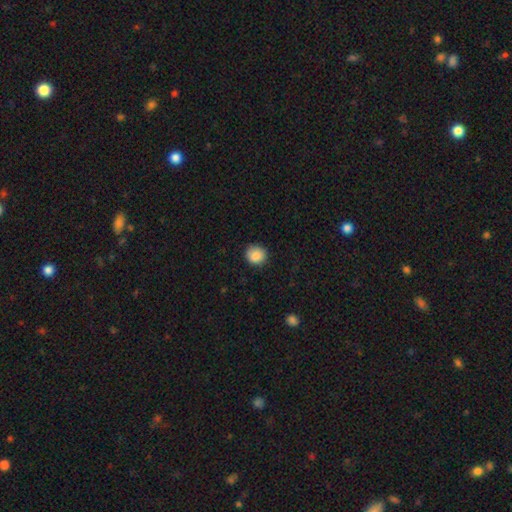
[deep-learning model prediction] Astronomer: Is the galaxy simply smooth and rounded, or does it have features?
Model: smooth — 88%.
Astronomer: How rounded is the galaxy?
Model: round — 85%.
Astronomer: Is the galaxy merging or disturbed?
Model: none — 86%.